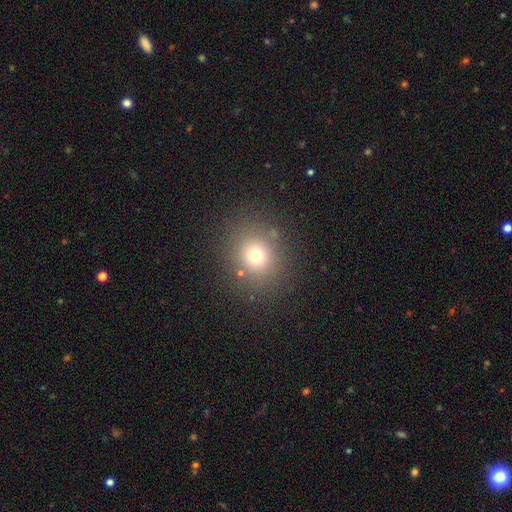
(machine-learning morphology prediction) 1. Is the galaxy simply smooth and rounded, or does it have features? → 70% smooth, 18% star or artifact, 11% featured or disk.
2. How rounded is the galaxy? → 75% round, 24% in between, 1% cigar-shaped.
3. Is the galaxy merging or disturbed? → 83% none, 9% minor disturbance, 5% major disturbance, 3% merger.